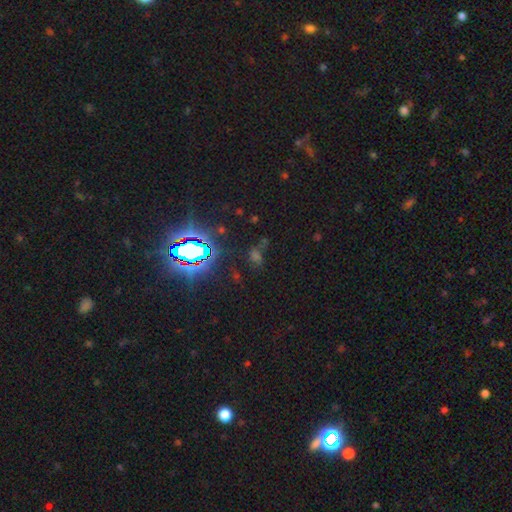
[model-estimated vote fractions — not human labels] Smooth or featured: star or artifact — 66% (smooth — 24%)